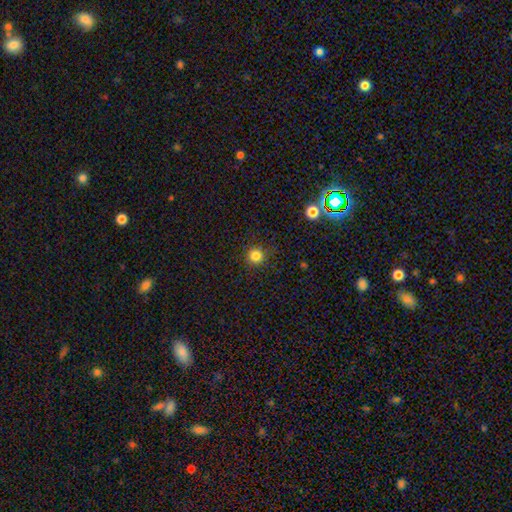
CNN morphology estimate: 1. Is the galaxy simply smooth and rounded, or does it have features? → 82% smooth, 13% star or artifact, 4% featured or disk.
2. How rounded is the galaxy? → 95% round, 4% in between, 1% cigar-shaped.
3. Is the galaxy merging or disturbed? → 89% none, 8% minor disturbance, 2% major disturbance, 1% merger.